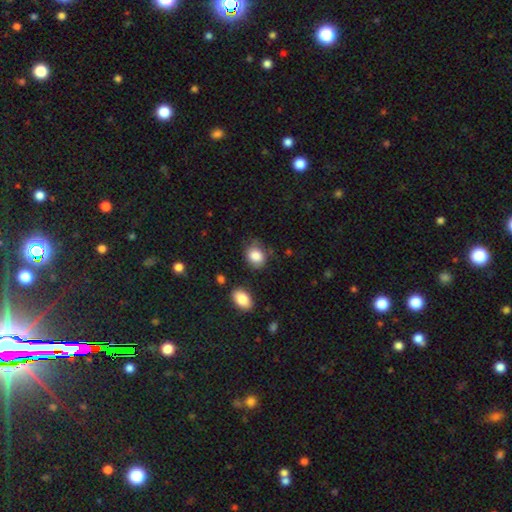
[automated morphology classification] The model was most divided on "how rounded": round: 51%, in between: 48%, cigar-shaped: 1%. More confident: smooth or featured — smooth (85%); merging — none (69%).